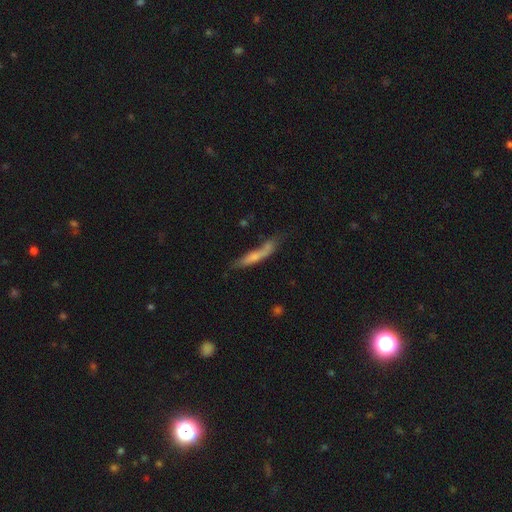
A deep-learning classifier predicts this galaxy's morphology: A smooth galaxy with no disk features (62%) that is cigar-shaped (86%).

Vote fractions:
- Smooth or featured? smooth: 62% / featured or disk: 31% / star or artifact: 8%
- How rounded? cigar-shaped: 86% / in between: 13% / round: 2%
- Merging? none: 45% / minor disturbance: 25% / merger: 17% / major disturbance: 13%